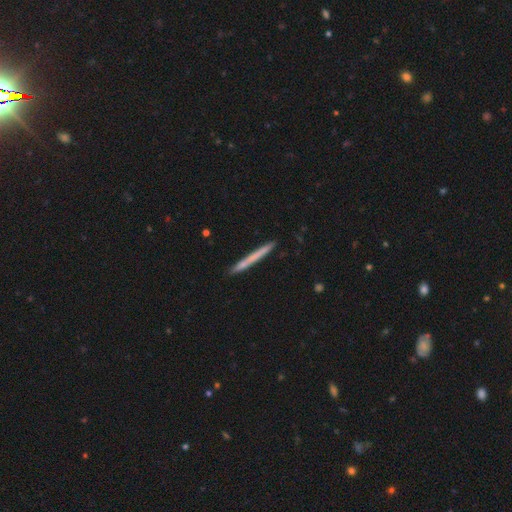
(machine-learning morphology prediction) This is likely a smooth galaxy (63%). How rounded: clearly cigar-shaped (97%). Merging: clearly none (89%).